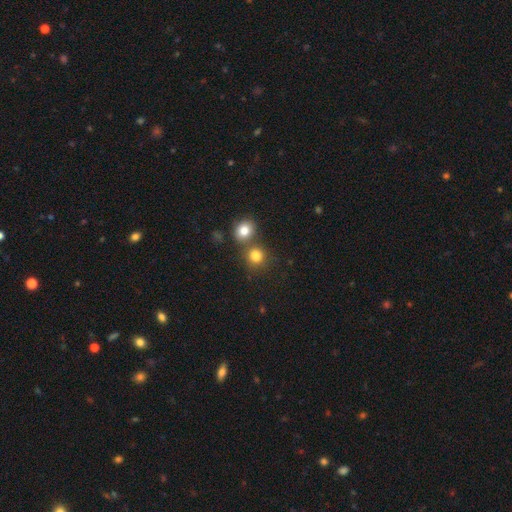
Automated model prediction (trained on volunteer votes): Smooth or featured: smooth — 81% (star or artifact — 13%)
How rounded: round — 86% (in between — 13%)
Merging: none — 63% (merger — 27%)